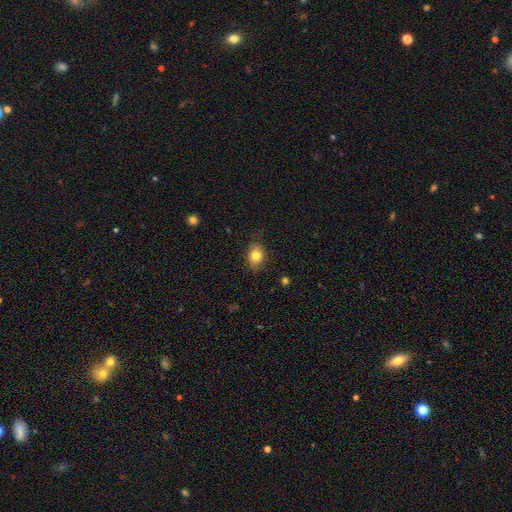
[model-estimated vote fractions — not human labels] The model was most divided on "how rounded": in between: 59%, round: 40%, cigar-shaped: 1%. More confident: smooth or featured — smooth (82%); merging — none (82%).